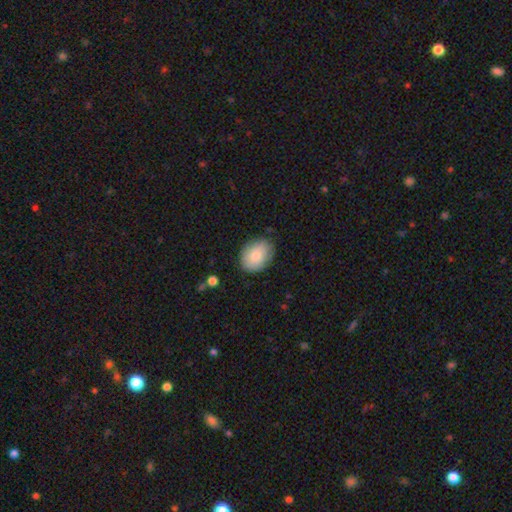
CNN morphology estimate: smooth_or_featured: smooth (p=0.82) [alt: featured or disk p=0.12]
how_rounded: in between (p=0.72) [alt: round p=0.27]
merging: none (p=0.83) [alt: minor disturbance p=0.13]